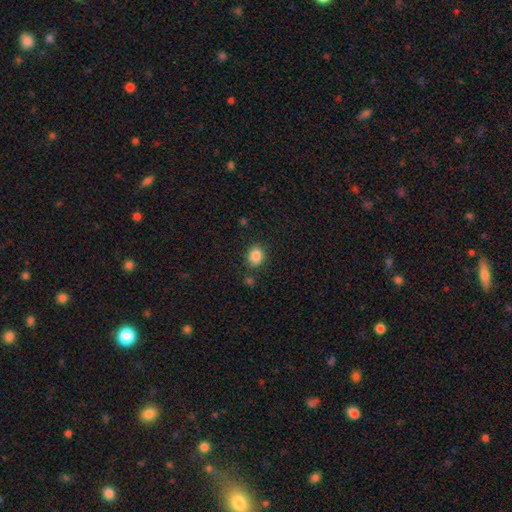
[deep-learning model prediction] smooth-or-featured: smooth: 86% | star or artifact: 10% | featured or disk: 4%
  how-rounded: round: 63% | in between: 36% | cigar-shaped: 1%
  merging: none: 81% | minor disturbance: 11% | merger: 4% | major disturbance: 3%